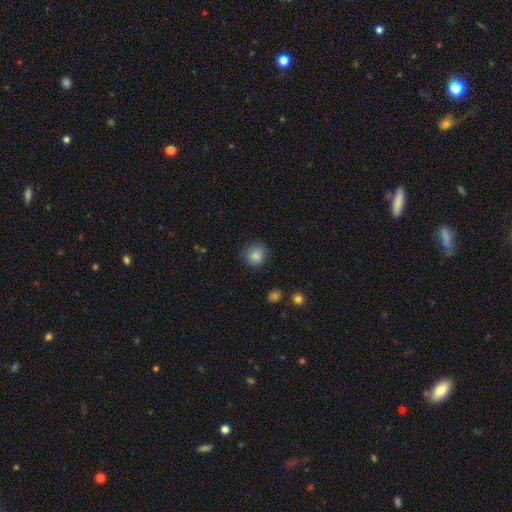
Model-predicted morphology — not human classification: Smooth or featured? smooth (86%)
How rounded? round (87%)
Merging? none (81%)